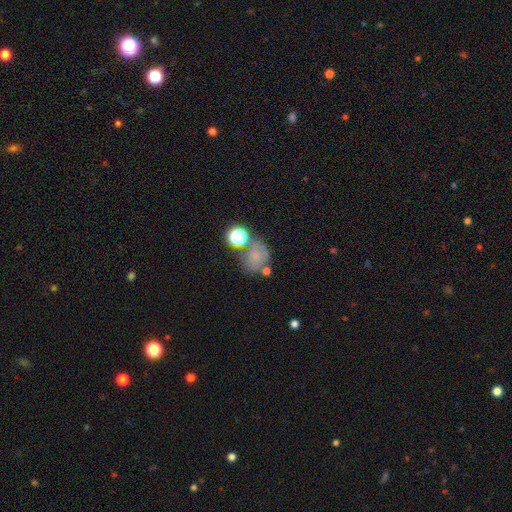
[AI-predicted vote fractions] Q: Smooth or featured?
A: smooth (49%); runner-up: star or artifact (27%)
Q: Merging?
A: none (54%); runner-up: merger (18%)